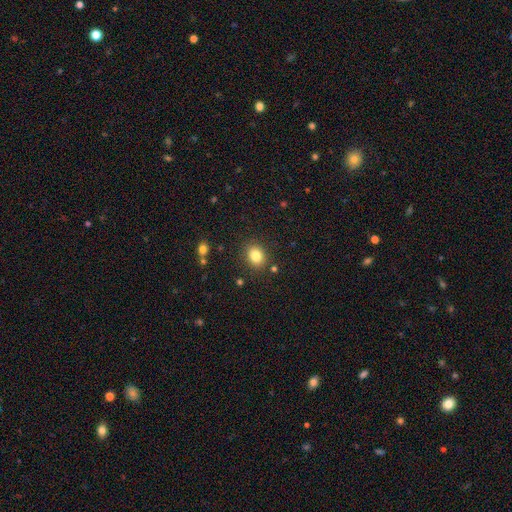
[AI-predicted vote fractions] Smooth or featured?
  - smooth: 83% *
  - star or artifact: 11%
  - featured or disk: 6%
How rounded?
  - round: 57% *
  - in between: 43%
  - cigar-shaped: 1%
Merging?
  - none: 86% *
  - minor disturbance: 9%
  - major disturbance: 3%
  - merger: 2%